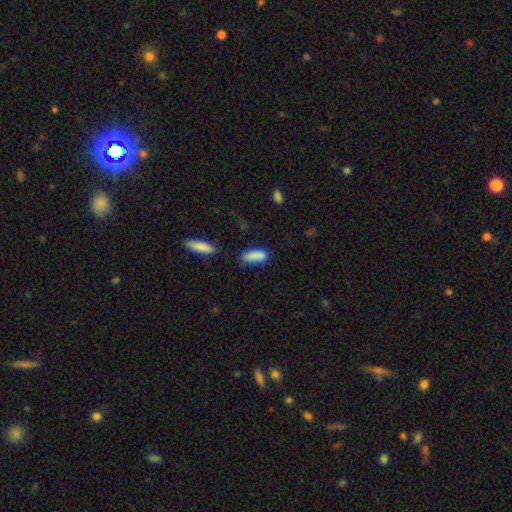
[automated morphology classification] A smooth galaxy with no disk features (87%) that is in between round and cigar-shaped (66%).

Vote fractions:
- Smooth or featured? smooth: 87% / star or artifact: 8% / featured or disk: 5%
- How rounded? in between: 66% / cigar-shaped: 32% / round: 2%
- Merging? none: 68% / minor disturbance: 22% / merger: 5% / major disturbance: 5%